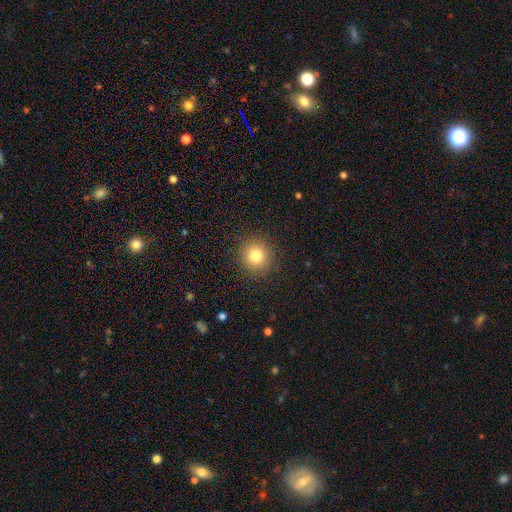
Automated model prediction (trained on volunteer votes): smooth_or_featured: smooth (p=0.81) [alt: star or artifact p=0.12]
how_rounded: round (p=0.92) [alt: in between p=0.07]
merging: none (p=0.90) [alt: minor disturbance p=0.07]